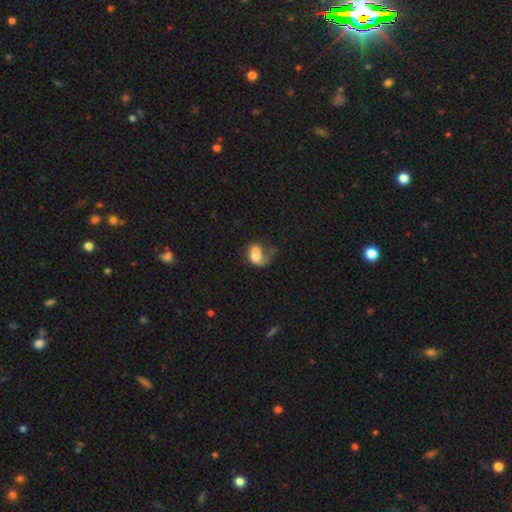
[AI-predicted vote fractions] A smooth galaxy with no disk features (52%) that is in between round and cigar-shaped (66%). Merging: major disturbance (44%).